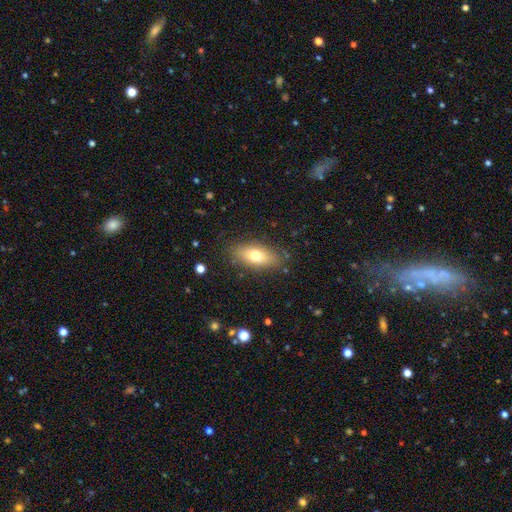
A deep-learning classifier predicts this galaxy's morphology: smooth 70%, featured or disk 22%, star or artifact 8%. Down the decision tree: how rounded — in between (79%); merging — none (84%).